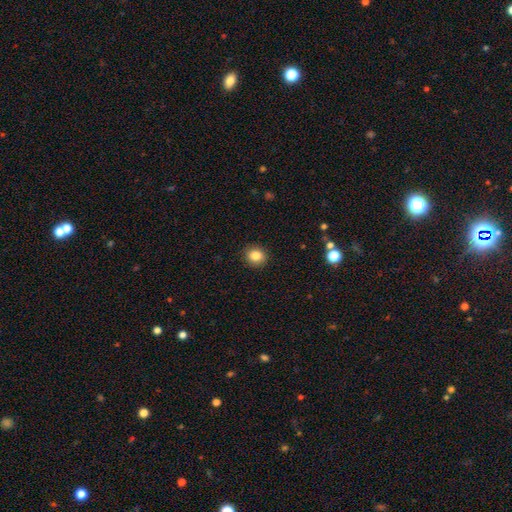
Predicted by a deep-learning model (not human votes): Smooth or featured? smooth (85%)
How rounded? round (77%)
Merging? none (91%)